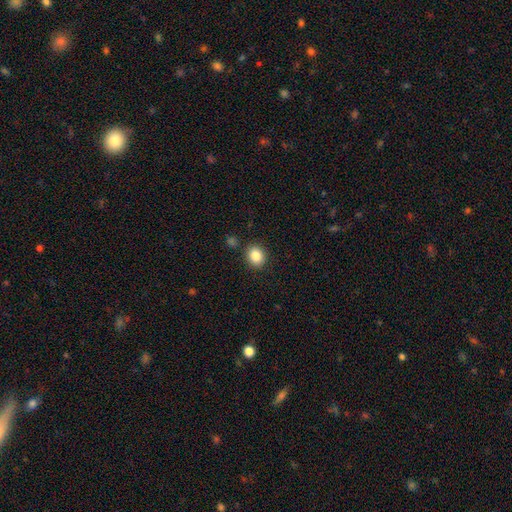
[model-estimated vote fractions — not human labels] Morphology: type=smooth (86%); roundness=round (67%); merging=none (87%).